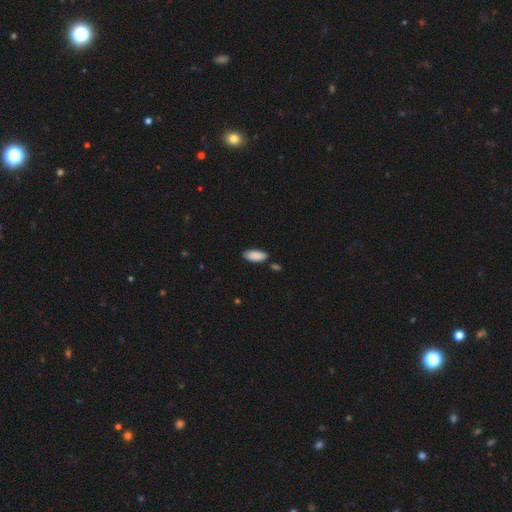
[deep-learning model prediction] Smooth or featured? smooth (89%)
How rounded? in between (83%)
Merging? none (80%)